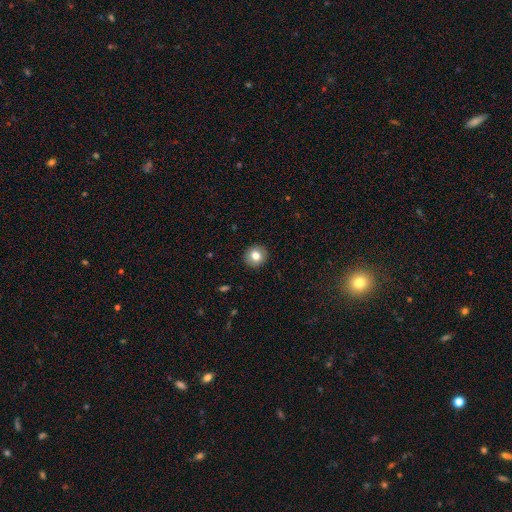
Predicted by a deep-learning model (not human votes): A smooth galaxy with no disk features (79%) that is round (90%). Merging: none (92%).